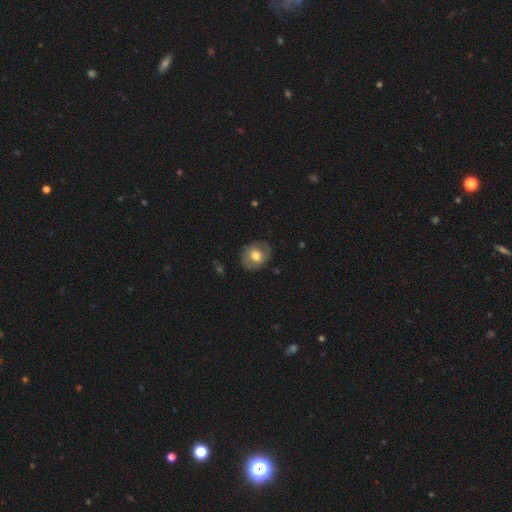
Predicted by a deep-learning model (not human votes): smooth-or-featured: smooth: 62% | featured or disk: 30% | star or artifact: 8%
  how-rounded: round: 65% | in between: 34% | cigar-shaped: 1%
  merging: none: 77% | minor disturbance: 16% | major disturbance: 5% | merger: 1%